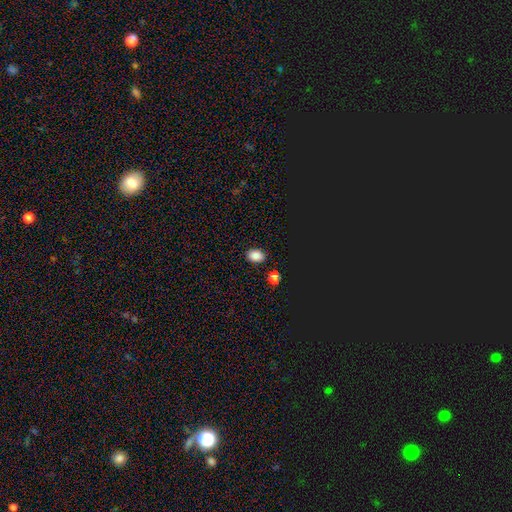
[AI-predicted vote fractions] Smooth or featured? Predicted: smooth (p=0.83). How rounded? Predicted: in between (p=0.76). Merging? Predicted: none (p=0.87).